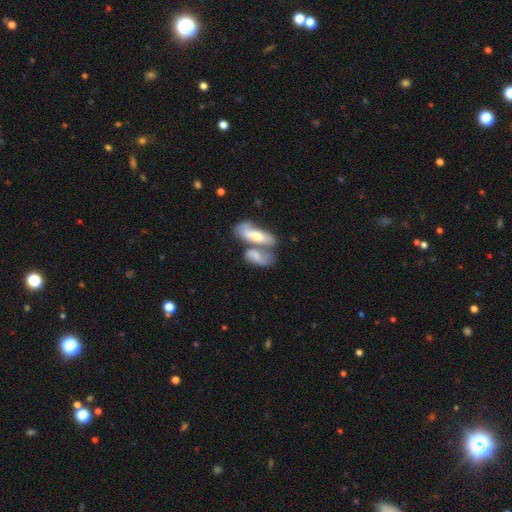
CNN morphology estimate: smooth 58%, featured or disk 35%, star or artifact 7%. Down the decision tree: how rounded — in between (74%); merging — merger (58%).